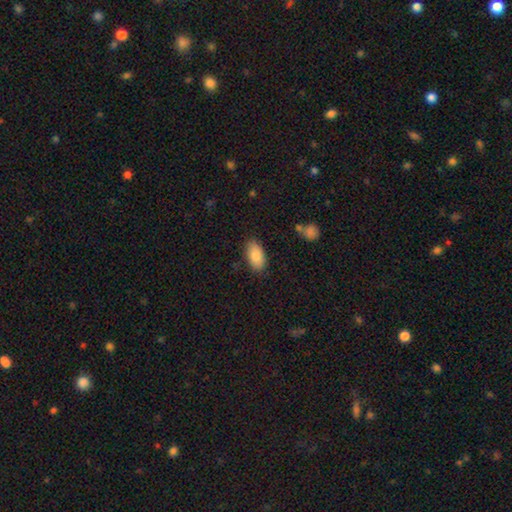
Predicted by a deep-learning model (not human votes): The model was most divided on "merging": none: 84%, minor disturbance: 11%, major disturbance: 3%, merger: 1%. More confident: how rounded — in between (93%); smooth or featured — smooth (88%).